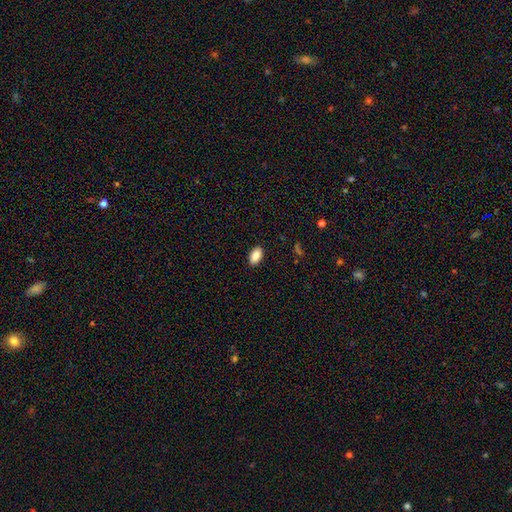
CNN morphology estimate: smooth_or_featured: smooth (p=0.89) [alt: star or artifact p=0.07]
how_rounded: in between (p=0.93) [alt: round p=0.05]
merging: none (p=0.90) [alt: minor disturbance p=0.07]